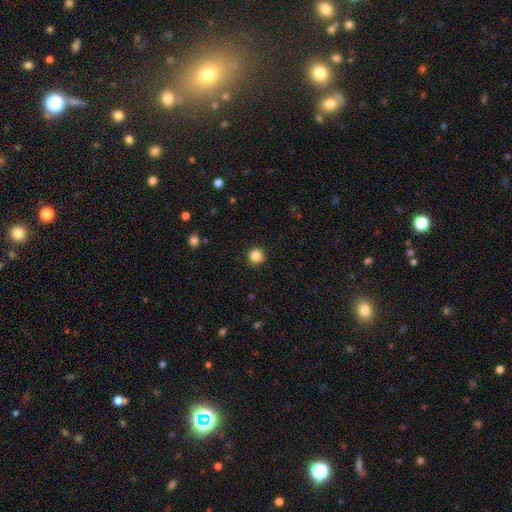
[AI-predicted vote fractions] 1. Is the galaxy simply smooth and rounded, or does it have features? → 85% smooth, 11% star or artifact, 4% featured or disk.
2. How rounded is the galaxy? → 95% round, 4% in between, 1% cigar-shaped.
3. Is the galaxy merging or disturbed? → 93% none, 5% minor disturbance, 2% major disturbance, 1% merger.